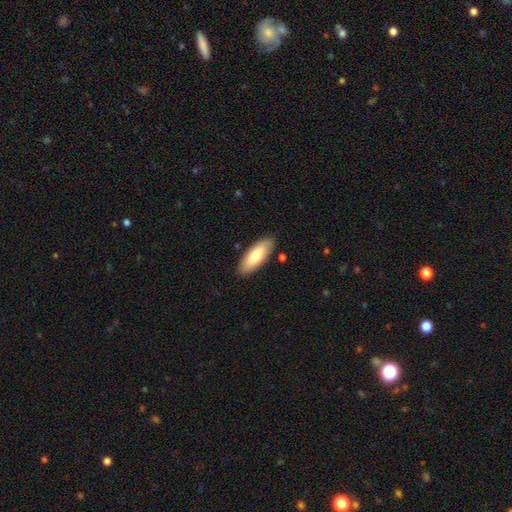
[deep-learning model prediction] This appears to be a smooth galaxy with no disk features (75%) that is in between round and cigar-shaped (72%). Merging: none (87%).